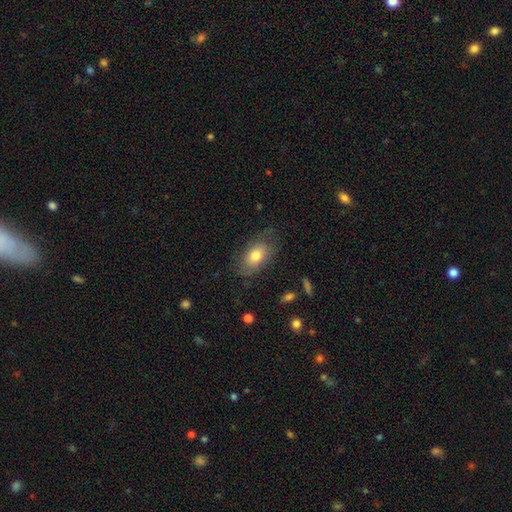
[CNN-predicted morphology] Smooth or featured? Predicted: smooth (p=0.71). How rounded? Predicted: in between (p=0.88). Merging? Predicted: none (p=0.66).